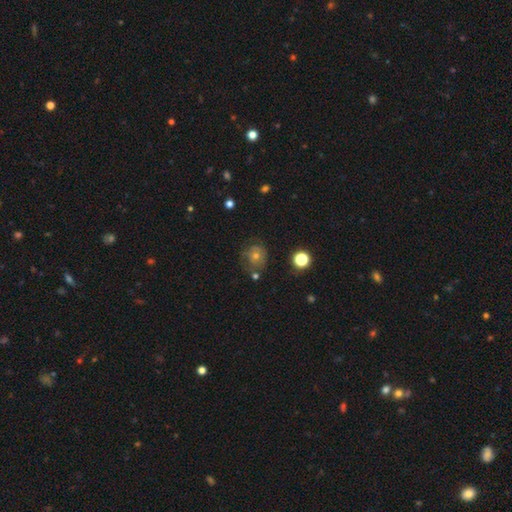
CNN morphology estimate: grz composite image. It shows a smooth galaxy with no disk features (44%). Merging: none (67%).